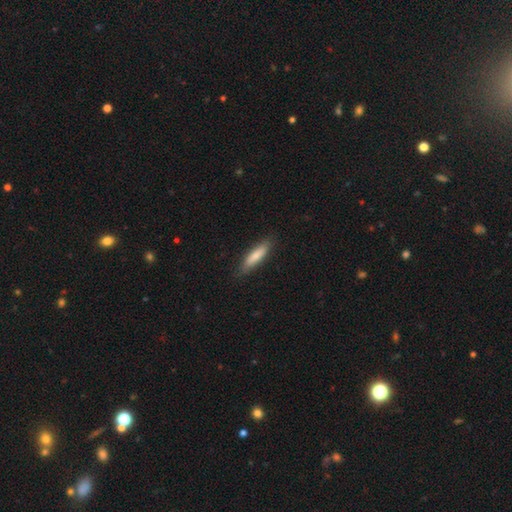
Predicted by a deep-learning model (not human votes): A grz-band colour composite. It shows a smooth galaxy with no disk features (80%) that is cigar-shaped (70%). Merging: none (84%).